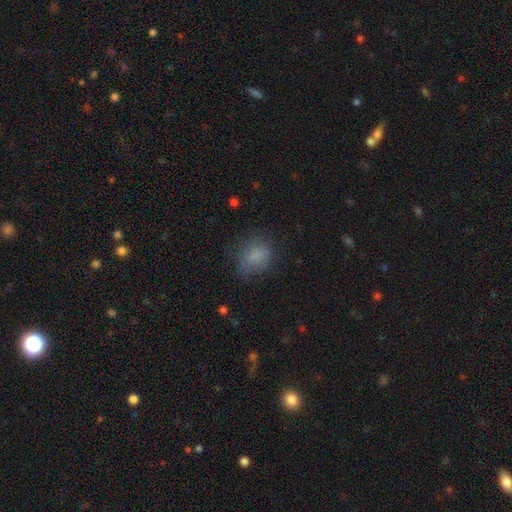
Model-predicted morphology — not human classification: smooth_or_featured: smooth (p=0.77) [alt: featured or disk p=0.12]
how_rounded: round (p=0.54) [alt: in between p=0.45]
merging: none (p=0.60) [alt: minor disturbance p=0.25]